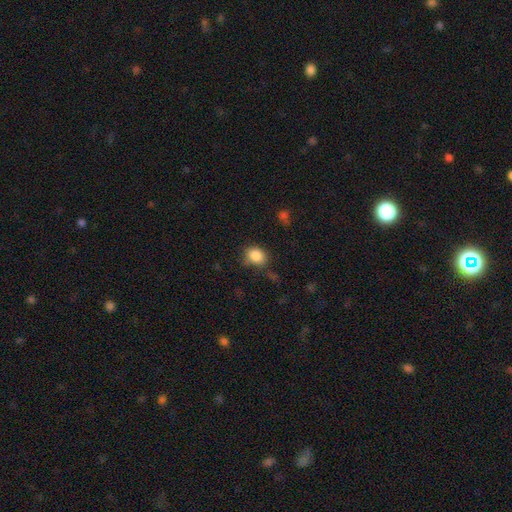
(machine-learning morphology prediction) The model was most divided on "how rounded": round: 57%, in between: 42%, cigar-shaped: 1%. More confident: smooth or featured — smooth (85%); merging — none (63%).